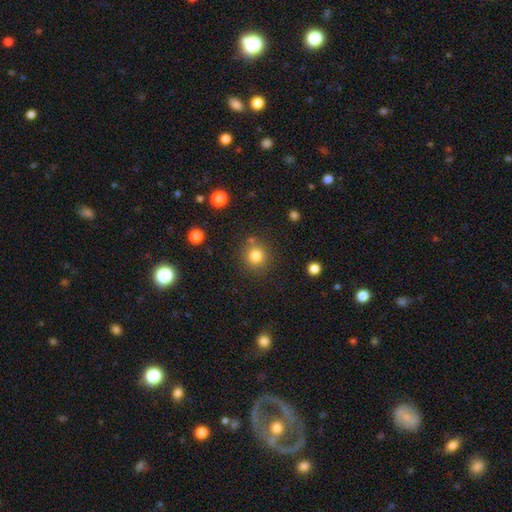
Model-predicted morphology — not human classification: smooth_or_featured: smooth (p=0.81) [alt: star or artifact p=0.12]
how_rounded: round (p=0.90) [alt: in between p=0.09]
merging: none (p=0.81) [alt: minor disturbance p=0.09]